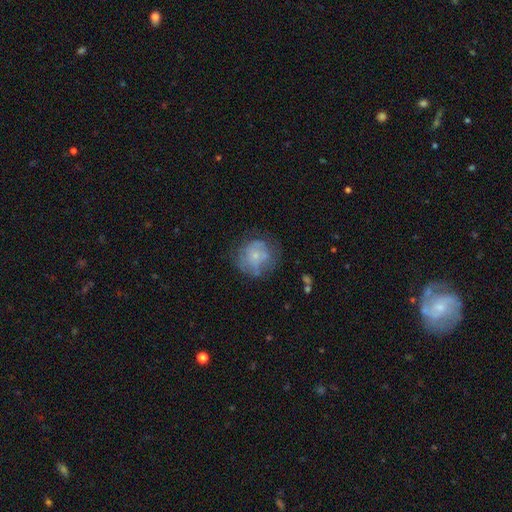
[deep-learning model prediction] Morphology: type=smooth (51%); roundness=round (85%); merging=none (58%).